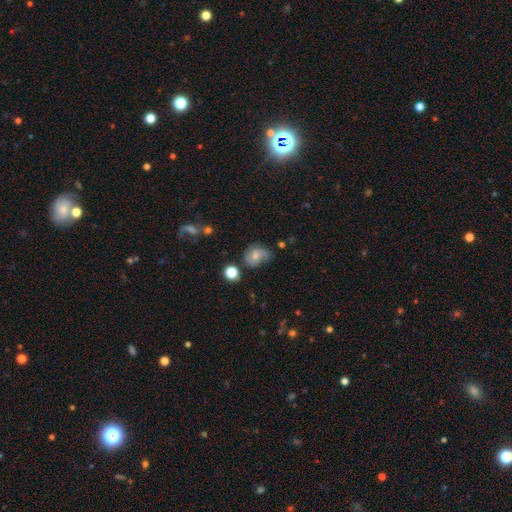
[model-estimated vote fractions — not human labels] This appears to be a smooth galaxy with no disk features (59%) that is round (57%). Merging: none (49%).